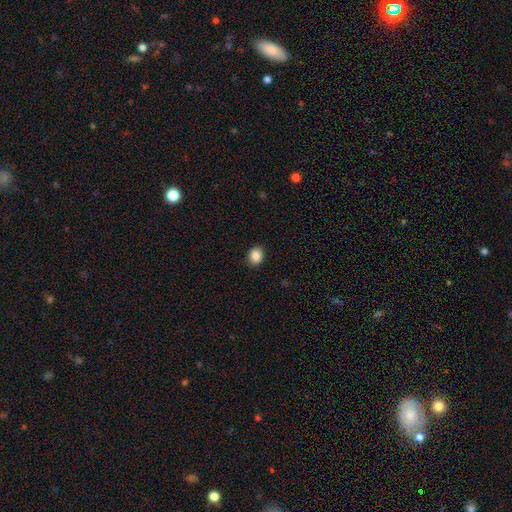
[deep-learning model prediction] Smooth or featured: smooth — 87% (star or artifact — 9%)
How rounded: round — 57% (in between — 42%)
Merging: none — 91% (minor disturbance — 7%)